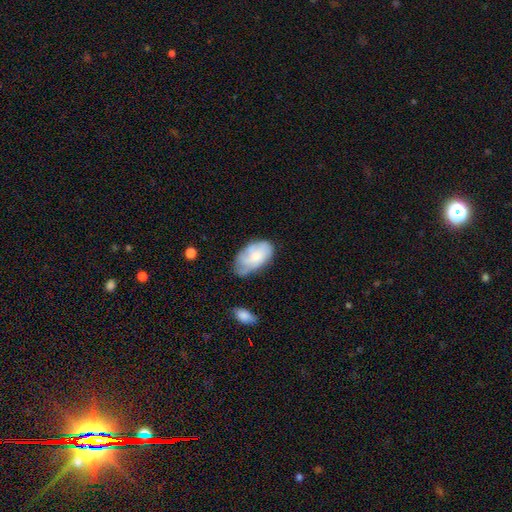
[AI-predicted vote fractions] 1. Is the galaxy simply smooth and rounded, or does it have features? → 60% smooth, 33% featured or disk, 7% star or artifact.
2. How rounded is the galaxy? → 94% in between, 4% round, 2% cigar-shaped.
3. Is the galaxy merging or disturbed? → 50% none, 35% minor disturbance, 12% major disturbance, 4% merger.